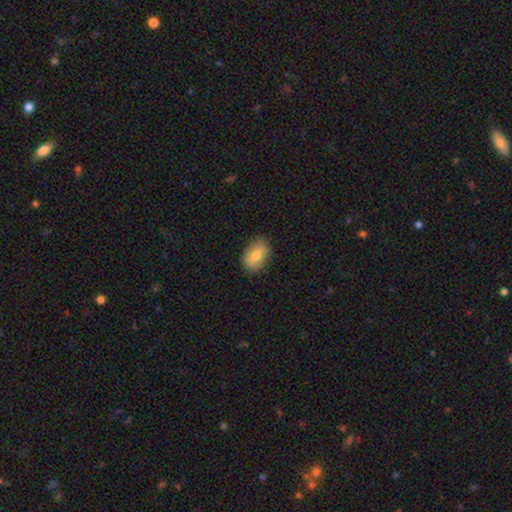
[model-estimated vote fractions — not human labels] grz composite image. It shows a smooth galaxy with no disk features (77%) that is in between round and cigar-shaped (86%). Merging: none (84%).